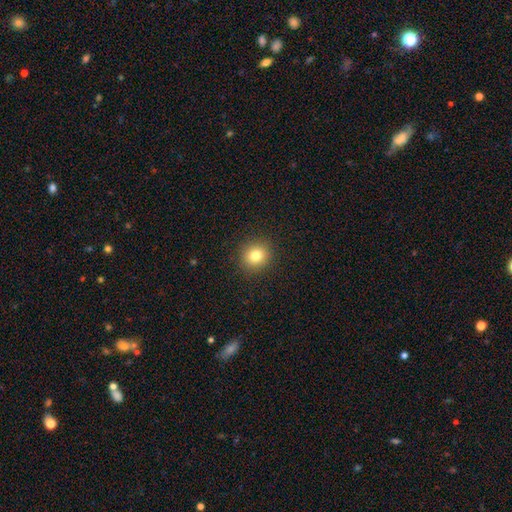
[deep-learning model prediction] A smooth galaxy with no disk features (80%) that is round (85%).

Vote fractions:
- Smooth or featured? smooth: 80% / star or artifact: 12% / featured or disk: 8%
- How rounded? round: 85% / in between: 14% / cigar-shaped: 1%
- Merging? none: 91% / minor disturbance: 6% / major disturbance: 2% / merger: 1%